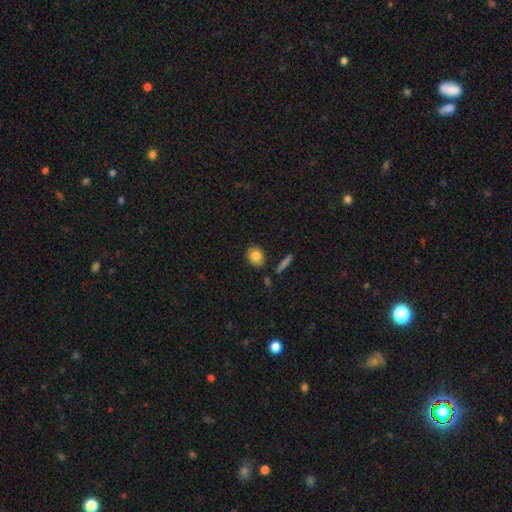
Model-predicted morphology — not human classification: smooth 82%, featured or disk 10%, star or artifact 8%. Down the decision tree: how rounded — in between (51%); merging — none (81%).